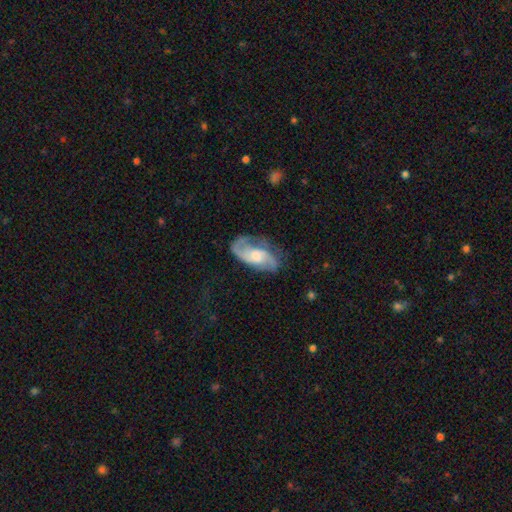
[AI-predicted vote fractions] smooth-or-featured: featured or disk: 77% | smooth: 17% | star or artifact: 6%
  disk-edge-on: no: 95% | yes: 5%
    bar: no: 56% | weak: 37% | strong: 7%
    has-spiral-arms: yes: 94% | no: 6%
      spiral-winding: medium: 47% | loose: 33% | tight: 20%
      spiral-arm-count: 2: 77% | can't tell: 9% | 1: 7% | 3: 5% | 4: 1% | more than 4: 1%
    bulge-size: moderate: 45% | small: 34% | large: 11% | none: 8% | dominant: 2%
  merging: none: 59% | minor disturbance: 23% | major disturbance: 16% | merger: 2%